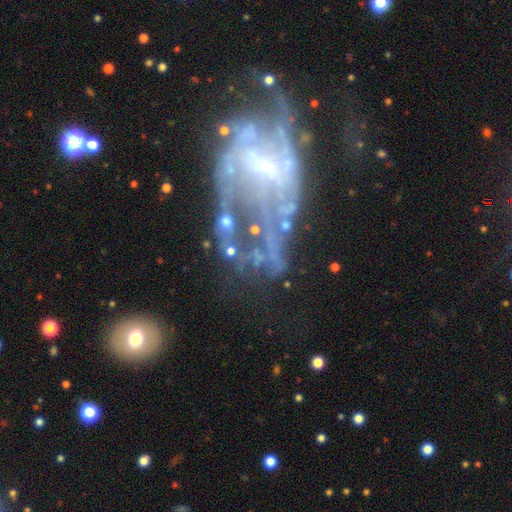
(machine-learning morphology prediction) Smooth or featured? Predicted: featured or disk (p=0.64). Edge-on disk? Predicted: no (p=0.95). Bar? Predicted: no (p=0.69). Spiral arms? Predicted: no (p=0.55). Bulge size? Predicted: small (p=0.45). Merging? Predicted: major disturbance (p=0.38).